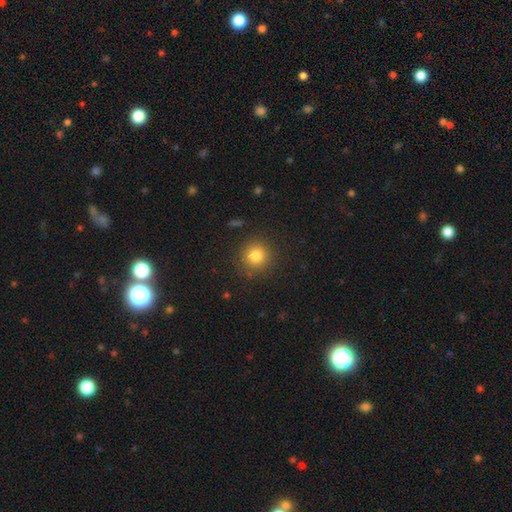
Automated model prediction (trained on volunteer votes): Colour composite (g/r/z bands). It shows a smooth galaxy with no disk features (81%) that is round (93%). Merging: none (87%).